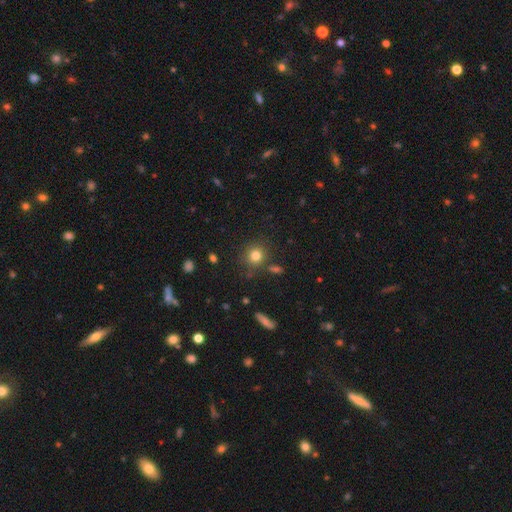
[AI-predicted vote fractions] smooth 79%, star or artifact 13%, featured or disk 8%. Down the decision tree: how rounded — round (88%); merging — none (82%).